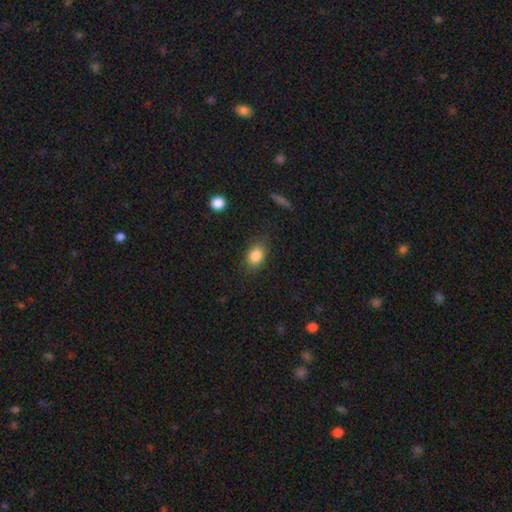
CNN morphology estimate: This is clearly a smooth galaxy (84%). How rounded: likely in between (65%). Merging: likely none (78%).